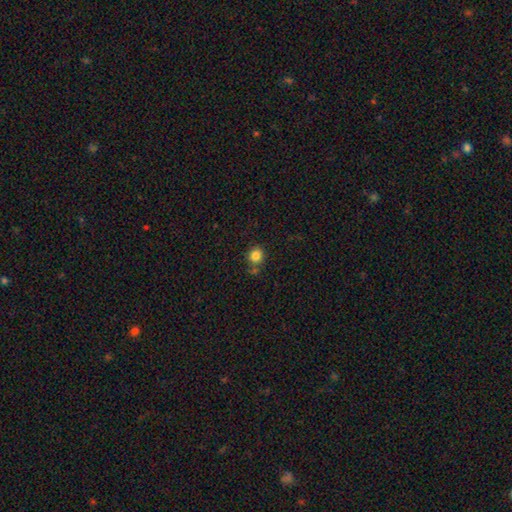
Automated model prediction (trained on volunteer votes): A smooth galaxy with no disk features (84%) that is round (87%).

Vote fractions:
- Smooth or featured? smooth: 84% / star or artifact: 11% / featured or disk: 5%
- How rounded? round: 87% / in between: 12% / cigar-shaped: 1%
- Merging? none: 75% / minor disturbance: 11% / merger: 11% / major disturbance: 3%